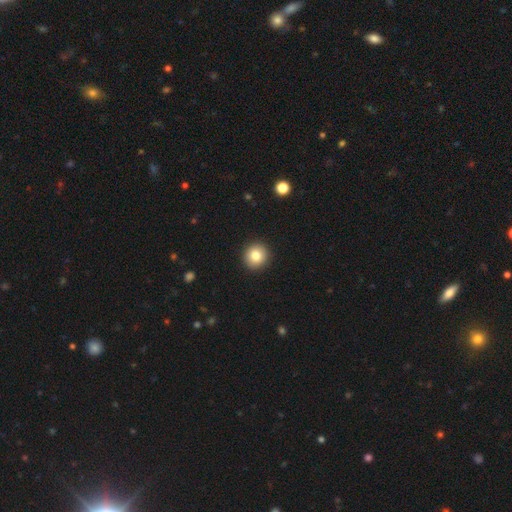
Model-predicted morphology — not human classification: This appears to be a smooth galaxy with no disk features (82%) that is round (93%). Merging: none (93%).